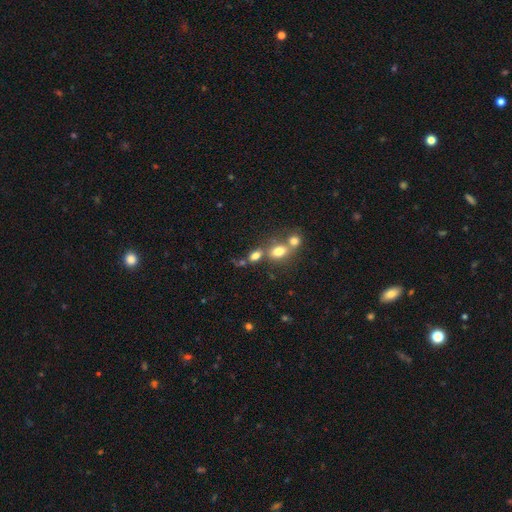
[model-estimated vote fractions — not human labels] A smooth galaxy with no disk features (74%) that is in between round and cigar-shaped (75%). Merging: merger (43%).